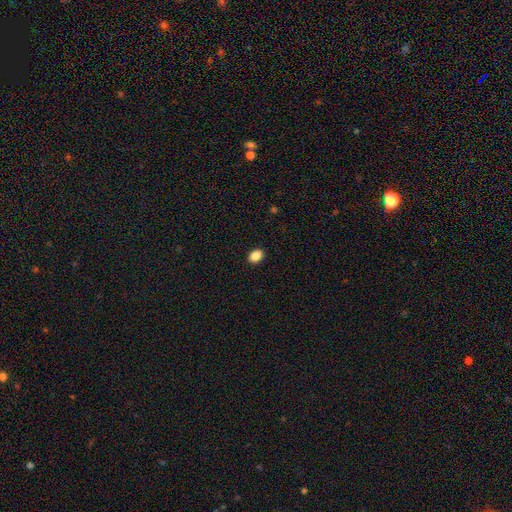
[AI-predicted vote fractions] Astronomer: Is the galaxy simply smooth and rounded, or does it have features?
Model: smooth — 88%.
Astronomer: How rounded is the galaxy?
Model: in between — 79%.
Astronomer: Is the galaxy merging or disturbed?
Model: none — 91%.